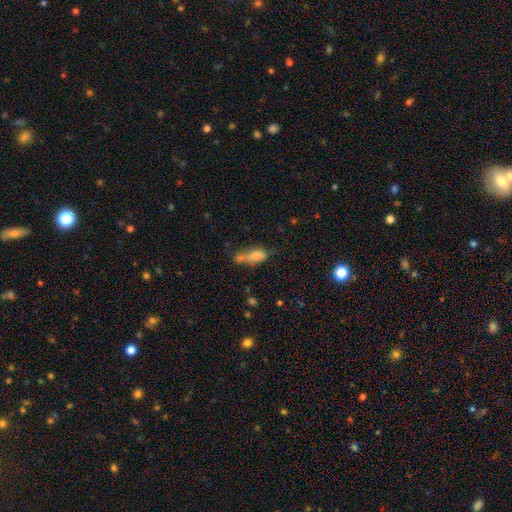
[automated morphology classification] Overall: smooth (75%). How rounded: in between (75%). Merging: merger (44%; none 28%).